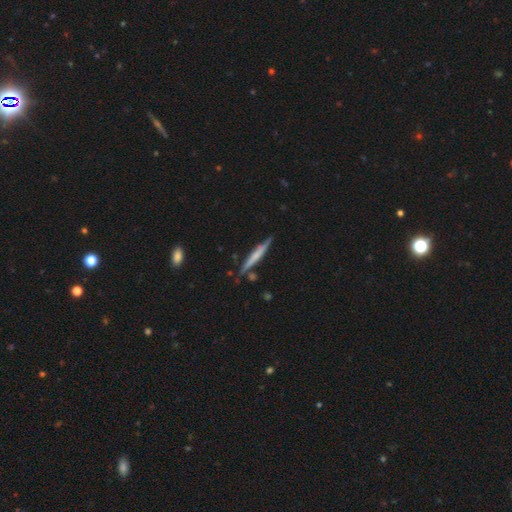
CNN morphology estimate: This appears to be a smooth galaxy with no disk features (48%). Merging: none (81%).